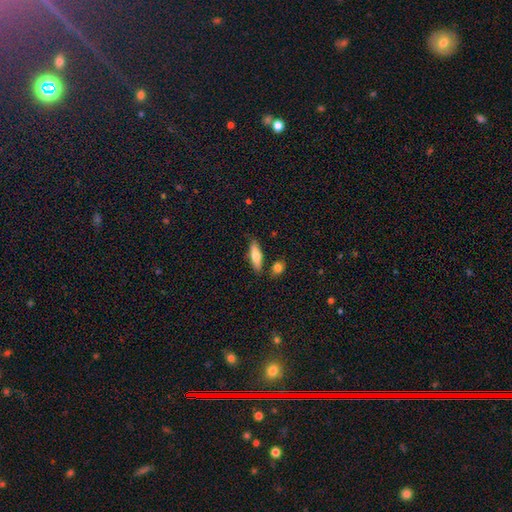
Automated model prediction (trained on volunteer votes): Smooth or featured? Predicted: smooth (p=0.68). How rounded? Predicted: cigar-shaped (p=0.56). Merging? Predicted: none (p=0.79).